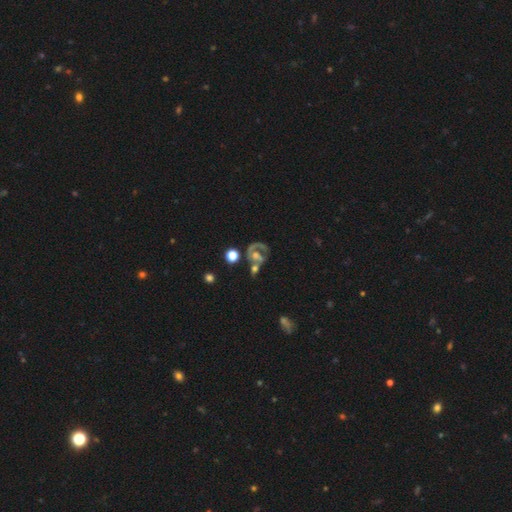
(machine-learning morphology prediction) Overall: featured or disk (69%). Edge-on disk: no (97%). Bar: no (61%; weak 29%). Spiral arms: yes (76%). Spiral arm count: 1 (50%; 2 37%). Spiral winding: medium (44%; tight 30%). Bulge size: moderate (44%; small 34%). Merging: none (37%; merger 29%).